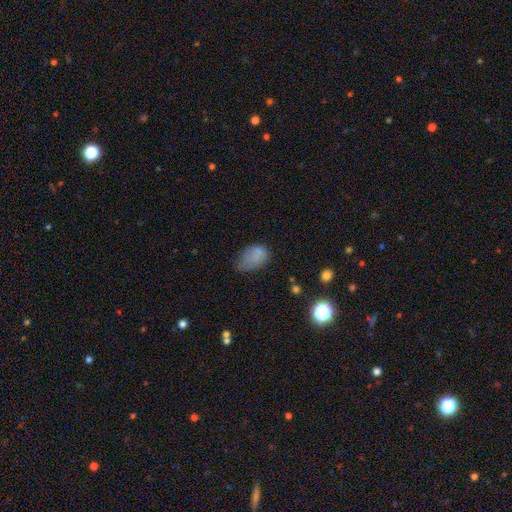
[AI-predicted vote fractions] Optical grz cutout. It shows a smooth galaxy with no disk features (77%) that is in between round and cigar-shaped (88%). Merging: minor disturbance (40%).